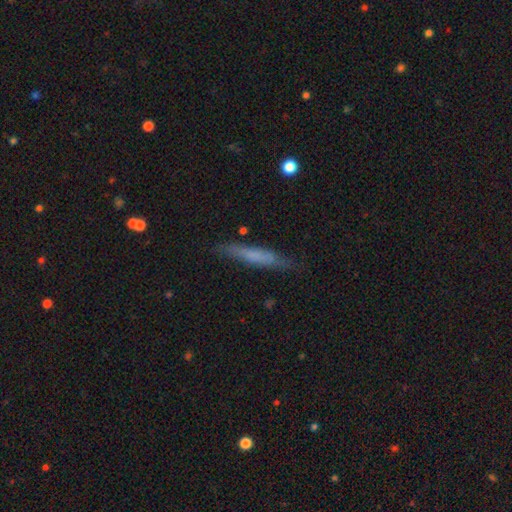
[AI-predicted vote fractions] This appears to be a smooth galaxy with no disk features (59%) that is cigar-shaped (93%). Merging: none (83%).